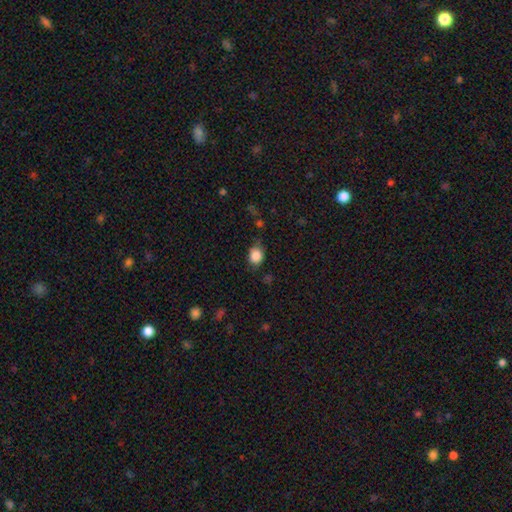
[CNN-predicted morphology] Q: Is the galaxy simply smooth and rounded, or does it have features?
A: smooth — 85%.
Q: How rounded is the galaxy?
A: round — 61%.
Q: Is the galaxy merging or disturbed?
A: none — 67%.